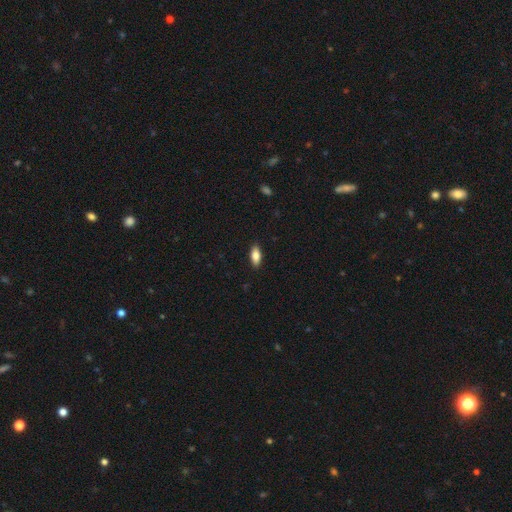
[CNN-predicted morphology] Smooth or featured? Predicted: smooth (p=0.82). How rounded? Predicted: in between (p=0.82). Merging? Predicted: none (p=0.88).